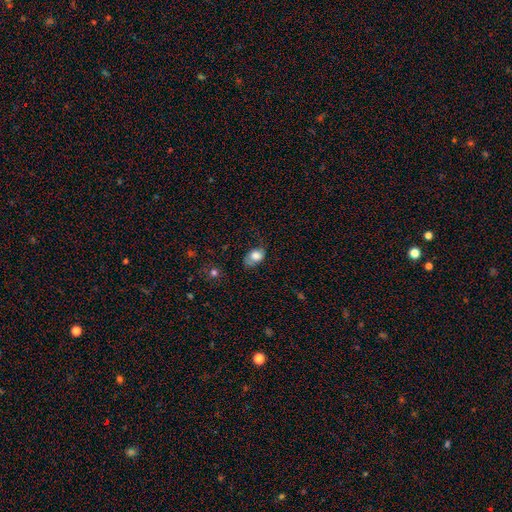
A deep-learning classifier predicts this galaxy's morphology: Q: Smooth or featured?
A: smooth (79%); runner-up: featured or disk (13%)
Q: How rounded?
A: in between (79%); runner-up: round (20%)
Q: Merging?
A: none (47%); runner-up: minor disturbance (35%)